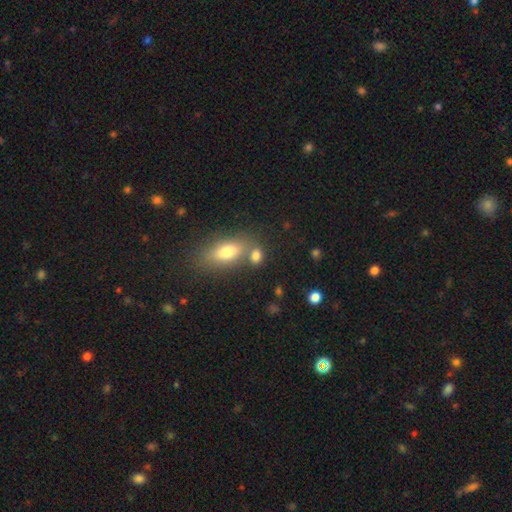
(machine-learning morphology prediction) Smooth or featured?
  - smooth: 79% *
  - star or artifact: 12%
  - featured or disk: 9%
How rounded?
  - in between: 66% *
  - round: 29%
  - cigar-shaped: 5%
Merging?
  - none: 54% *
  - merger: 31%
  - minor disturbance: 10%
  - major disturbance: 5%